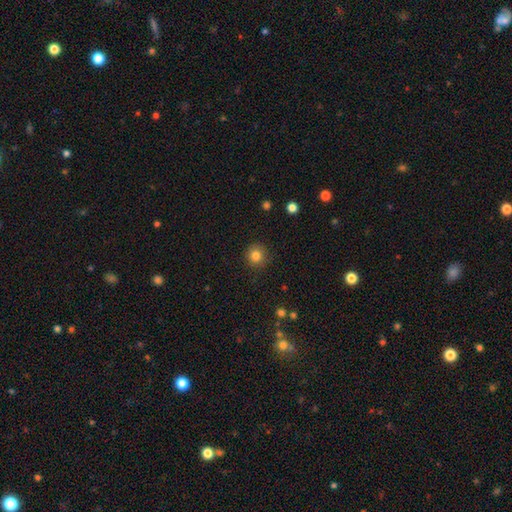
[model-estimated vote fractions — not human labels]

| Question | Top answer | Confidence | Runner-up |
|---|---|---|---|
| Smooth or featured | smooth | 82% | star or artifact (12%) |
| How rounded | round | 93% | in between (6%) |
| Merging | none | 89% | minor disturbance (7%) |